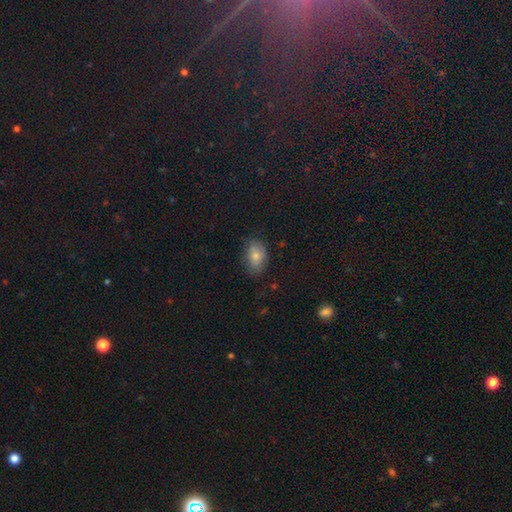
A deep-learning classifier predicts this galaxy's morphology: smooth 70%, featured or disk 17%, star or artifact 12%. Down the decision tree: how rounded — in between (85%); merging — none (76%).